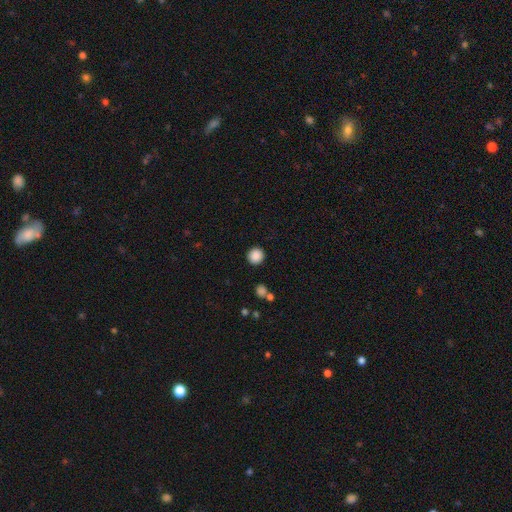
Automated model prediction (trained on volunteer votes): The model was most divided on "smooth or featured": smooth: 88%, star or artifact: 9%, featured or disk: 3%. More confident: how rounded — round (94%); merging — none (91%).